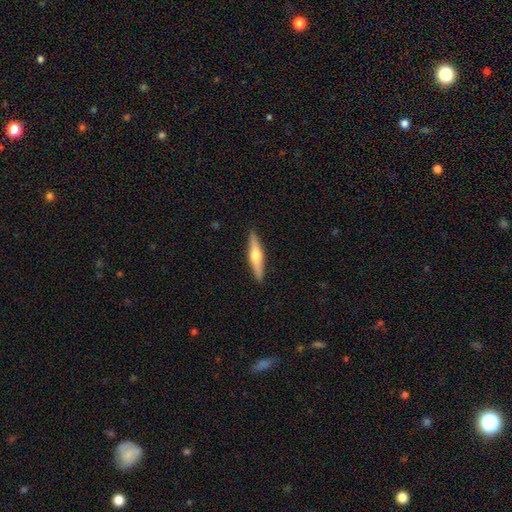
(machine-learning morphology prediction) A featured or disk galaxy (57%) viewed edge-on (96%) with a rounded central bulge (93%). Merging: none (91%).